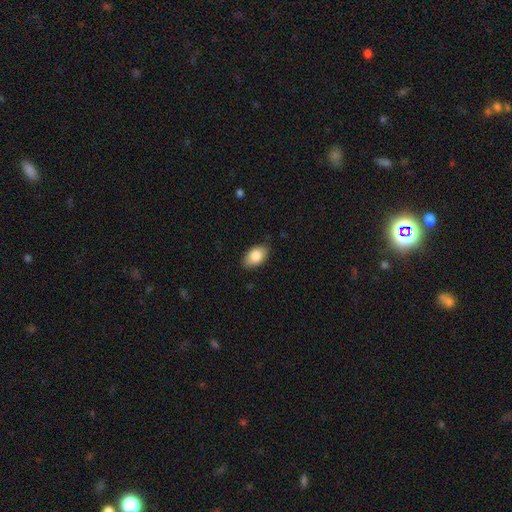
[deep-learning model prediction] Smooth or featured: smooth — 83% (featured or disk — 10%)
How rounded: in between — 92% (round — 7%)
Merging: none — 84% (minor disturbance — 13%)